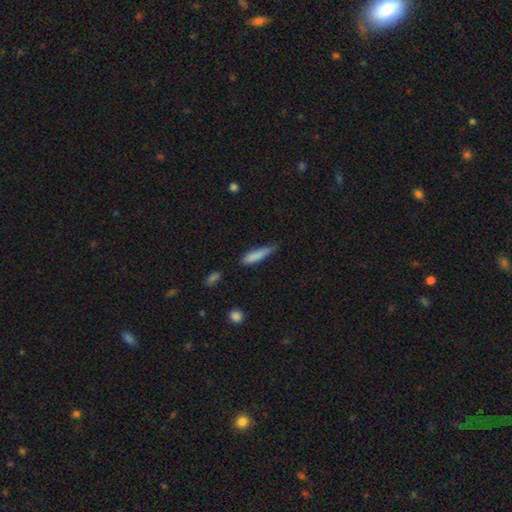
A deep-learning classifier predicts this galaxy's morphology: Smooth or featured? Predicted: smooth (p=0.83). How rounded? Predicted: cigar-shaped (p=0.81). Merging? Predicted: none (p=0.58).